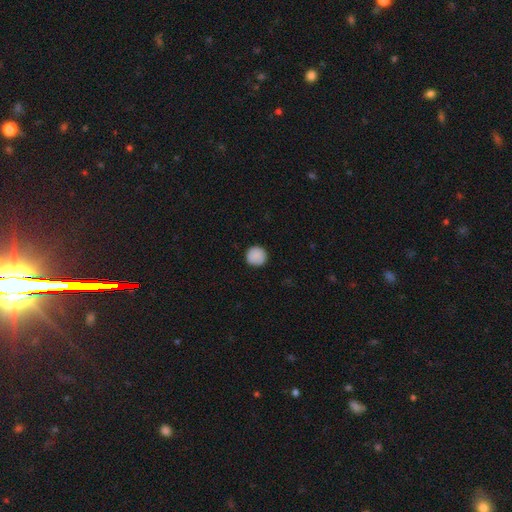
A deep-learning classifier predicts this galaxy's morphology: smooth-or-featured: smooth: 88% | star or artifact: 8% | featured or disk: 4%
  how-rounded: round: 95% | in between: 4% | cigar-shaped: 1%
  merging: none: 90% | minor disturbance: 7% | major disturbance: 2% | merger: 1%